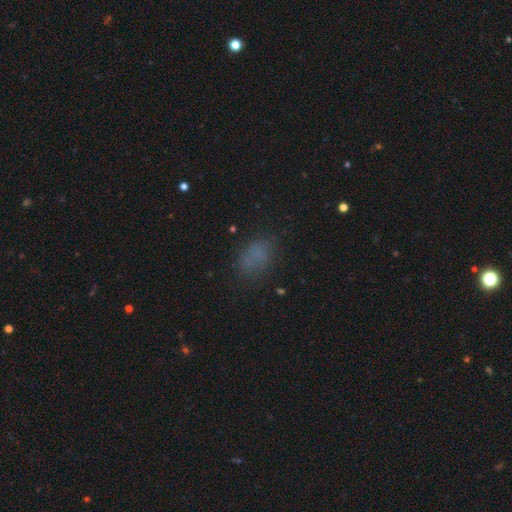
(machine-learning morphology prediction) smooth-or-featured: smooth: 72% | star or artifact: 18% | featured or disk: 10%
  how-rounded: in between: 77% | round: 21% | cigar-shaped: 2%
  merging: none: 70% | minor disturbance: 18% | major disturbance: 10% | merger: 2%